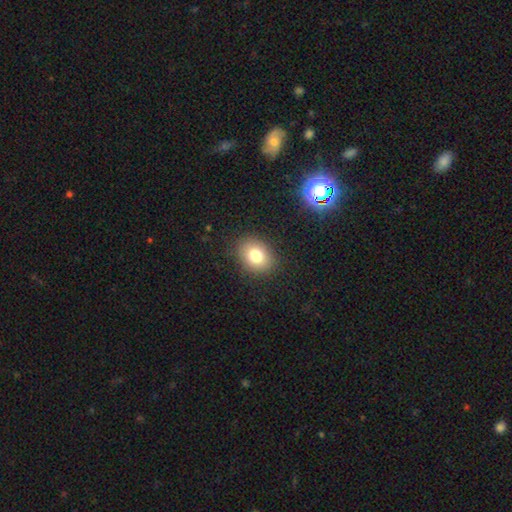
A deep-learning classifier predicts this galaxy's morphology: This appears to be a smooth galaxy with no disk features (79%) that is in between round and cigar-shaped (56%). Merging: none (87%).